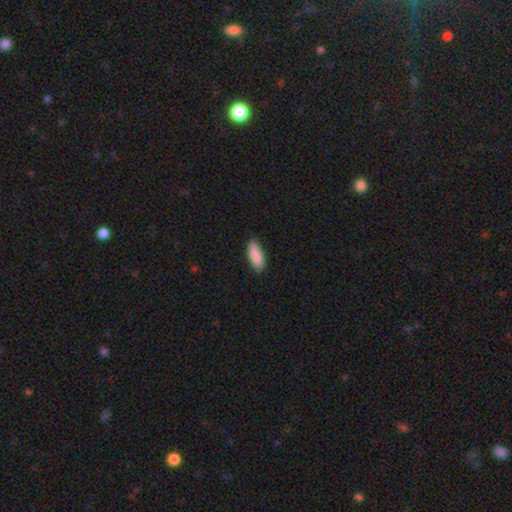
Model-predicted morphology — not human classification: A smooth galaxy with no disk features (90%) that is in between round and cigar-shaped (72%). Merging: none (83%).